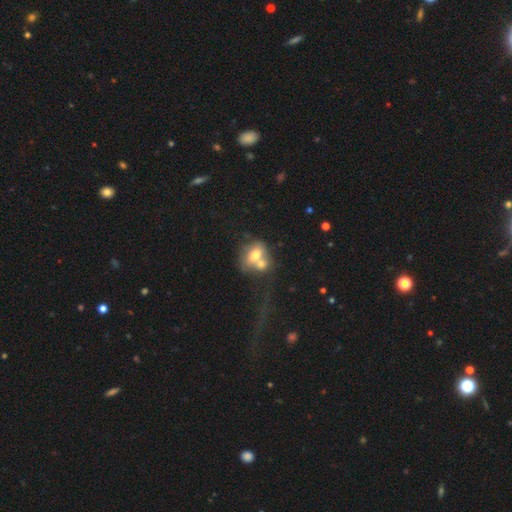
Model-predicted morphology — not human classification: type=smooth (63%); roundness=in between (60%); merging=merger (64%).